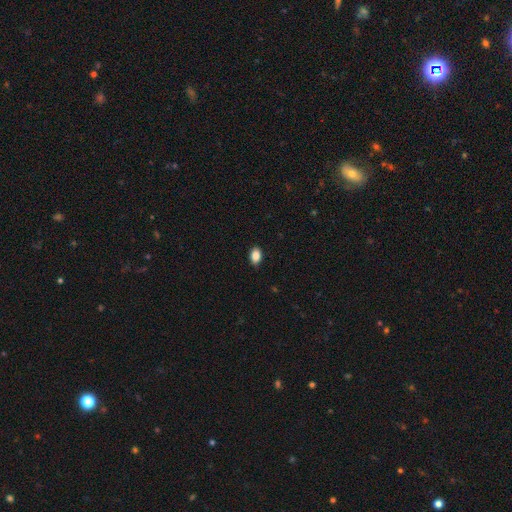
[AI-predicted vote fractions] A smooth galaxy with no disk features (87%) that is in between round and cigar-shaped (86%). Merging: none (89%).